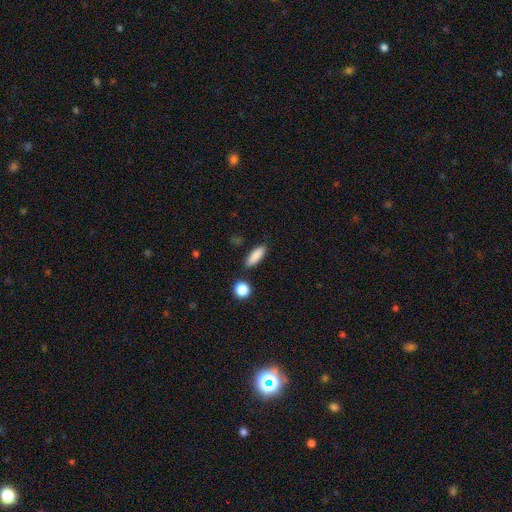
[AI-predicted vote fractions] Smooth or featured?
  - smooth: 87% *
  - star or artifact: 8%
  - featured or disk: 5%
How rounded?
  - in between: 56% *
  - cigar-shaped: 41%
  - round: 4%
Merging?
  - none: 85% *
  - minor disturbance: 9%
  - merger: 3%
  - major disturbance: 2%